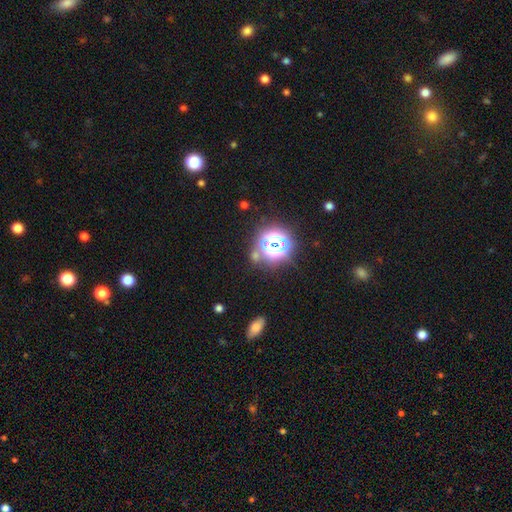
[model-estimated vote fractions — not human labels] This is possibly a star or artifact rather than a galaxy (58%).